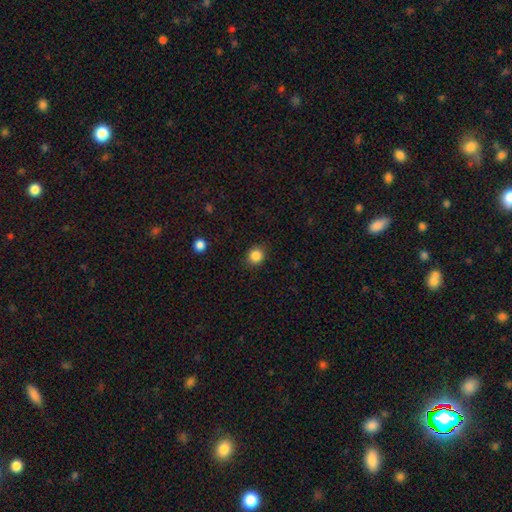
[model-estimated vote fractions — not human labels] smooth-or-featured: smooth: 86% | star or artifact: 10% | featured or disk: 4%
  how-rounded: round: 86% | in between: 13% | cigar-shaped: 1%
  merging: none: 88% | minor disturbance: 9% | major disturbance: 3% | merger: 1%